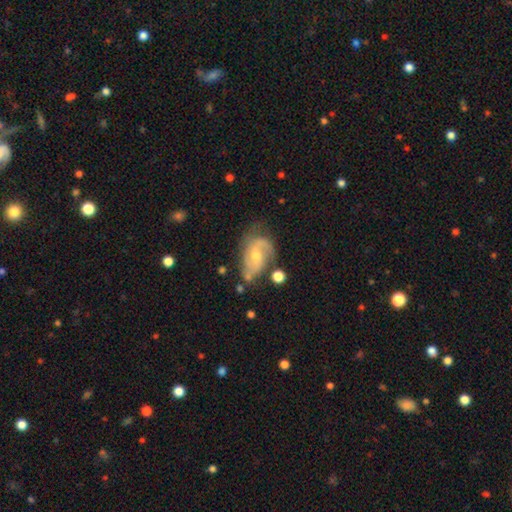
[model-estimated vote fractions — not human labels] Overall: featured or disk (78%). Edge-on disk: no (96%). Bar: no (56%; weak 36%). Spiral arms: yes (92%). Spiral arm count: 2 (65%). Spiral winding: medium (45%; tight 28%). Bulge size: moderate (48%; small 47%). Merging: none (53%; minor disturbance 26%).